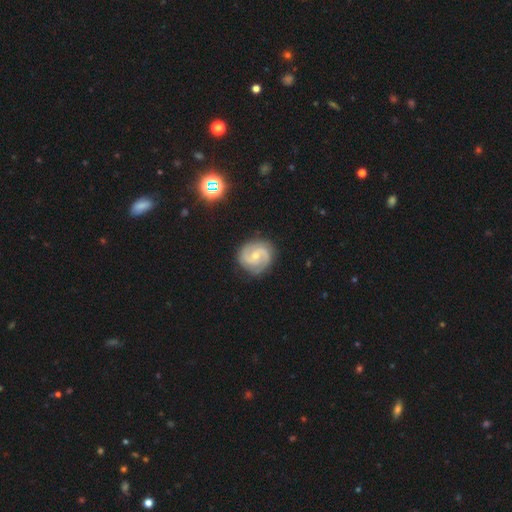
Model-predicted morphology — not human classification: featured or disk 85%, smooth 10%, star or artifact 5%. Down the decision tree: edge-on disk — no (98%); bar — no (47%); spiral arms — yes (97%); spiral arm count — 2 (86%); spiral winding — medium (49%); bulge size — small (58%); merging — none (85%).